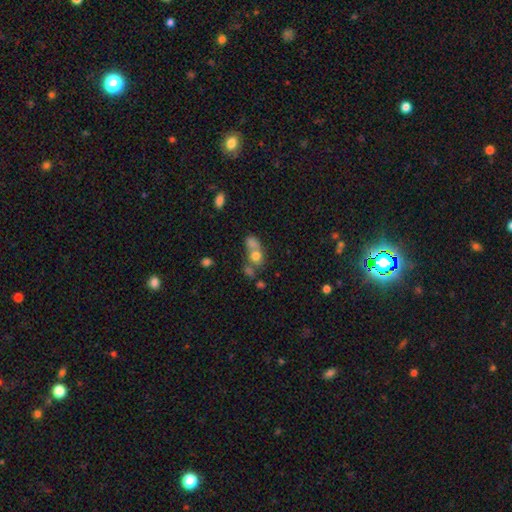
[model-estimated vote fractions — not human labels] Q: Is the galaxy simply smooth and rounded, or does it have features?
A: smooth — 69%.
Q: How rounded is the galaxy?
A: round — 55%.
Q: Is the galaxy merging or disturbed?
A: merger — 57%.